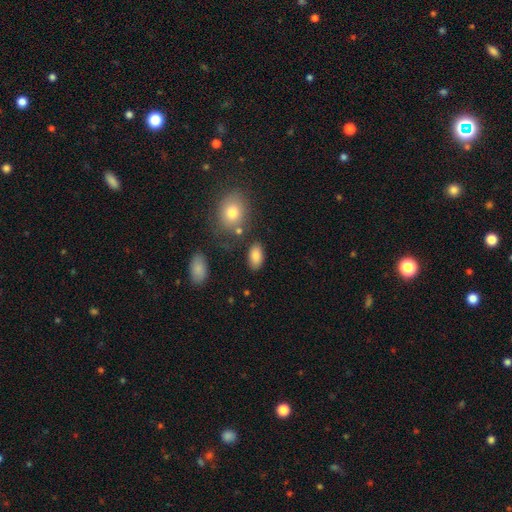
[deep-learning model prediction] smooth 85%, star or artifact 8%, featured or disk 6%. Down the decision tree: how rounded — in between (92%); merging — none (80%).